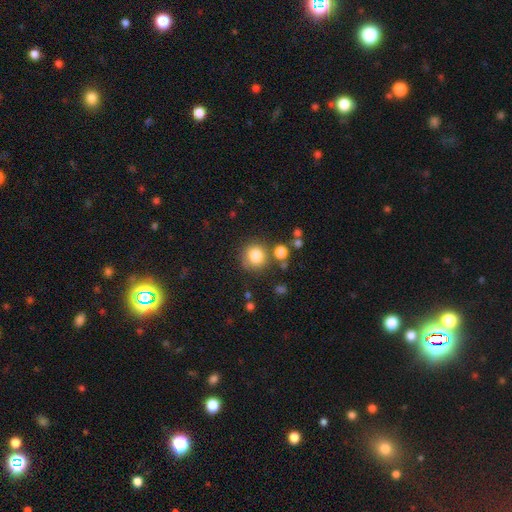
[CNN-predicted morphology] smooth_or_featured: smooth (p=0.82) [alt: star or artifact p=0.10]
how_rounded: round (p=0.90) [alt: in between p=0.09]
merging: none (p=0.76) [alt: minor disturbance p=0.11]